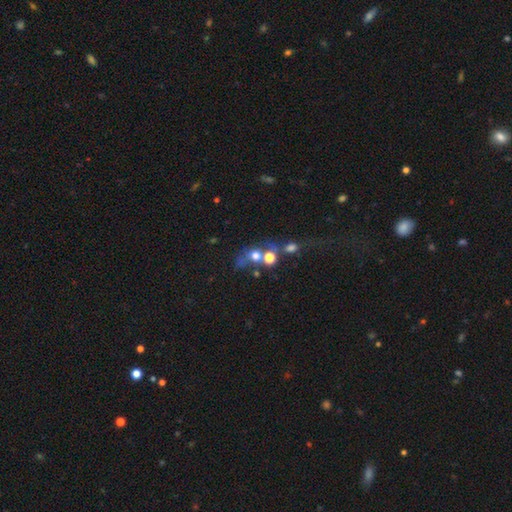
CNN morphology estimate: Q: Smooth or featured?
A: smooth (60%); runner-up: featured or disk (20%)
Q: How rounded?
A: round (72%); runner-up: in between (26%)
Q: Merging?
A: merger (46%); runner-up: none (30%)